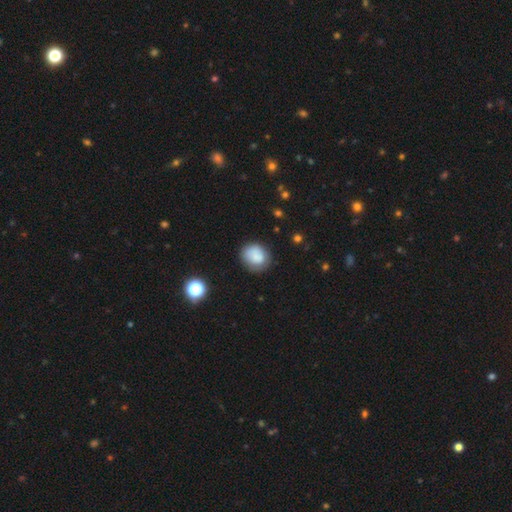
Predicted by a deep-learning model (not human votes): This appears to be a smooth galaxy with no disk features (82%) that is round (68%). Merging: none (70%).